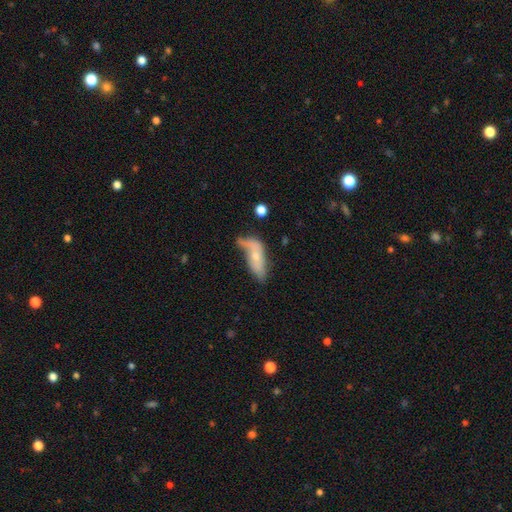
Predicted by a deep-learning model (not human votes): Smooth or featured? smooth (54%)
How rounded? in between (70%)
Merging? minor disturbance (31%)